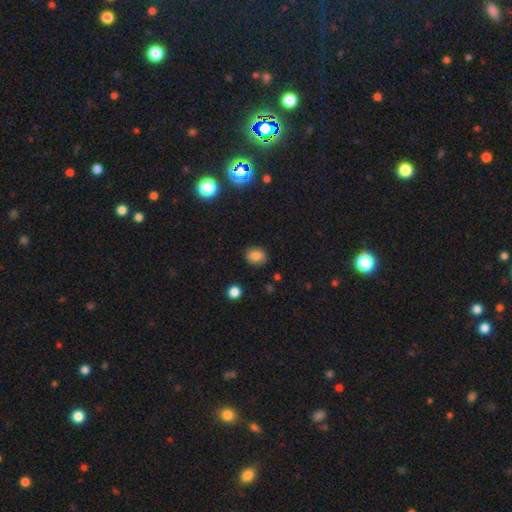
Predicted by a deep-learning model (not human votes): smooth_or_featured: smooth (p=0.83) [alt: star or artifact p=0.11]
how_rounded: round (p=0.61) [alt: in between p=0.38]
merging: none (p=0.87) [alt: minor disturbance p=0.09]